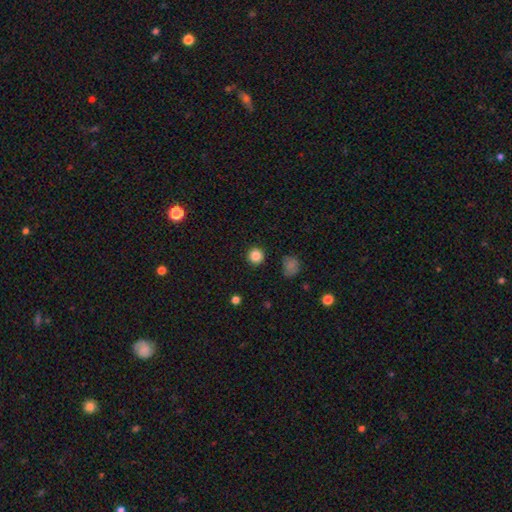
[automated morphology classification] This appears to be a smooth galaxy with no disk features (85%) that is round (94%). Merging: none (91%).